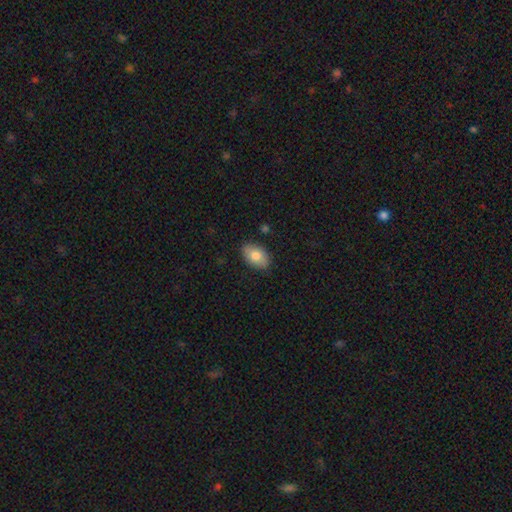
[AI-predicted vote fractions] A smooth galaxy with no disk features (81%) that is in between round and cigar-shaped (90%).

Vote fractions:
- Smooth or featured? smooth: 81% / featured or disk: 13% / star or artifact: 7%
- How rounded? in between: 90% / round: 9% / cigar-shaped: 1%
- Merging? none: 85% / minor disturbance: 11% / major disturbance: 2% / merger: 1%